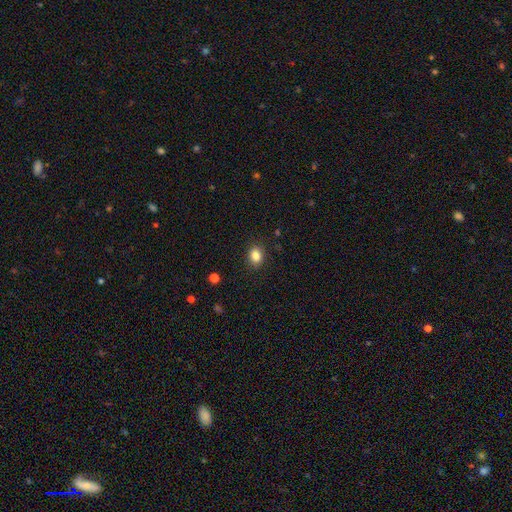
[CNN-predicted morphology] smooth_or_featured: smooth (p=0.85) [alt: star or artifact p=0.10]
how_rounded: in between (p=0.52) [alt: round p=0.47]
merging: none (p=0.89) [alt: minor disturbance p=0.08]